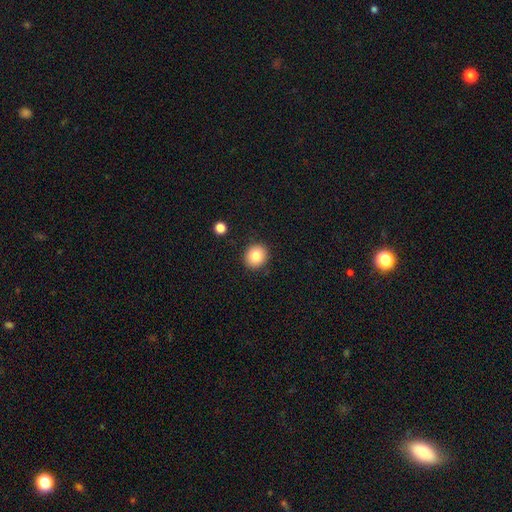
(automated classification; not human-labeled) Smooth or featured: smooth — 82% (star or artifact — 10%)
How rounded: round — 88% (in between — 11%)
Merging: none — 90% (minor disturbance — 6%)